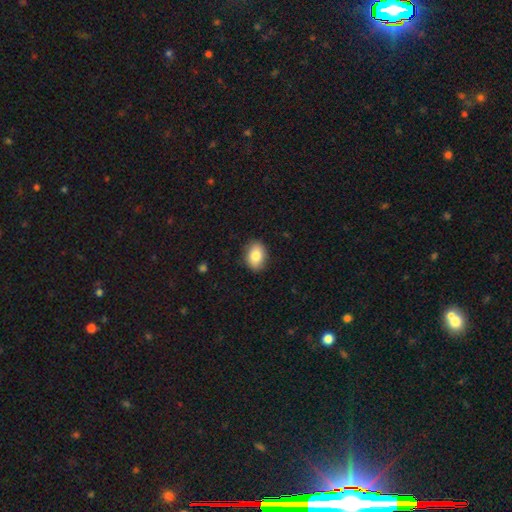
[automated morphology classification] Smooth or featured? Predicted: smooth (p=0.83). How rounded? Predicted: in between (p=0.78). Merging? Predicted: none (p=0.88).